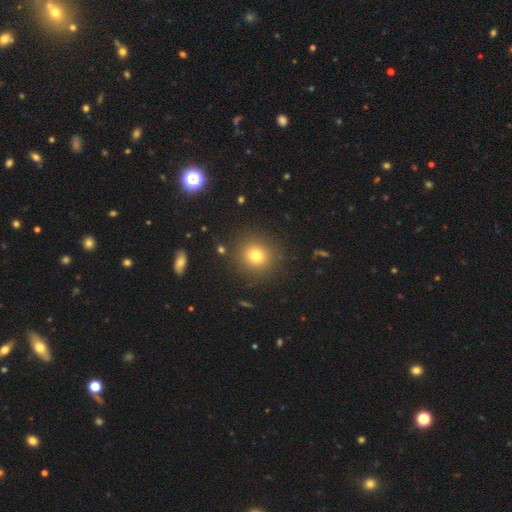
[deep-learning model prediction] Overall: smooth (74%). How rounded: round (89%). Merging: none (87%).